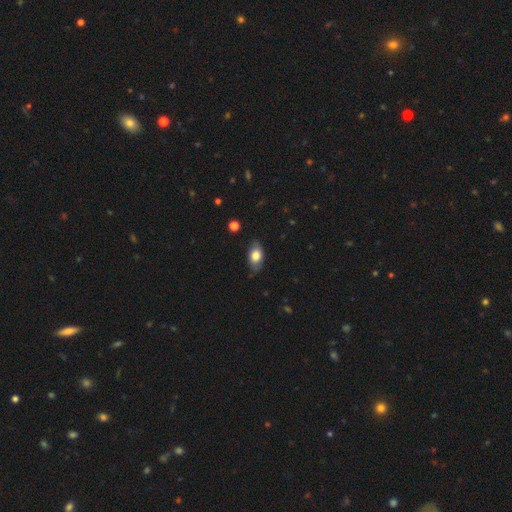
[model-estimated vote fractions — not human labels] Q: Smooth or featured?
A: smooth (77%); runner-up: featured or disk (16%)
Q: How rounded?
A: in between (90%); runner-up: round (7%)
Q: Merging?
A: none (79%); runner-up: minor disturbance (17%)